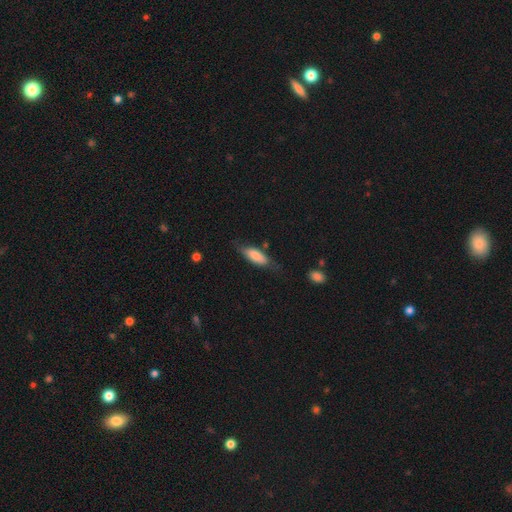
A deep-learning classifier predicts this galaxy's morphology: A smooth galaxy with no disk features (76%) that is in between round and cigar-shaped (64%).

Vote fractions:
- Smooth or featured? smooth: 76% / featured or disk: 18% / star or artifact: 6%
- How rounded? in between: 64% / cigar-shaped: 33% / round: 2%
- Merging? none: 66% / minor disturbance: 24% / major disturbance: 8% / merger: 3%